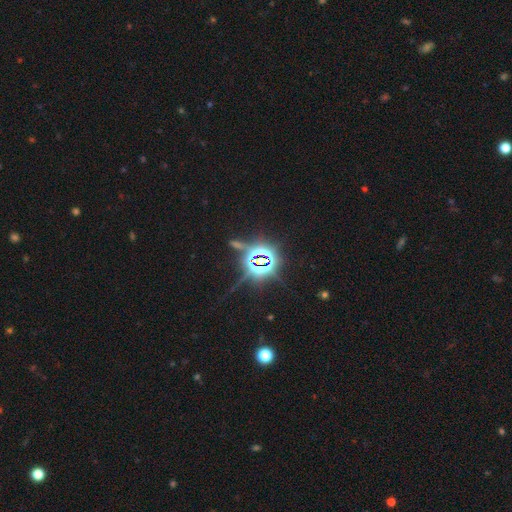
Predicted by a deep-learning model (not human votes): smooth-or-featured: star or artifact: 83% | smooth: 10% | featured or disk: 7%